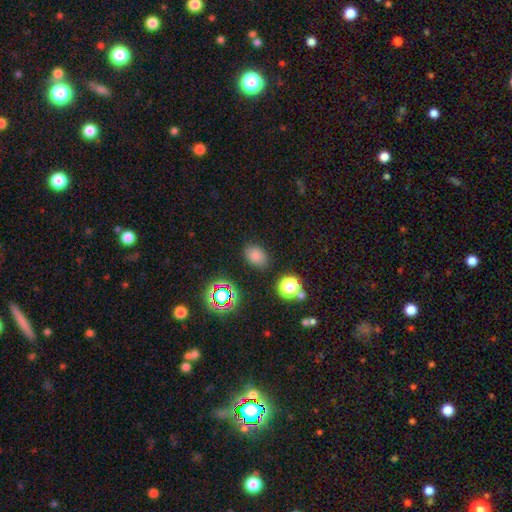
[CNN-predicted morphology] A smooth galaxy with no disk features (76%) that is in between round and cigar-shaped (73%). Merging: none (82%).